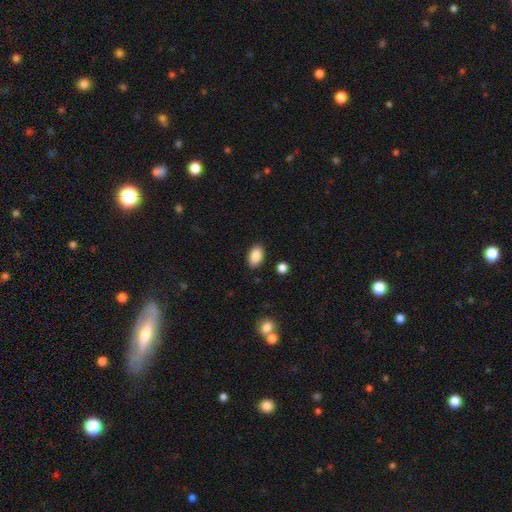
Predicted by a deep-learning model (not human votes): smooth 86%, star or artifact 8%, featured or disk 6%. Down the decision tree: how rounded — in between (91%); merging — none (88%).